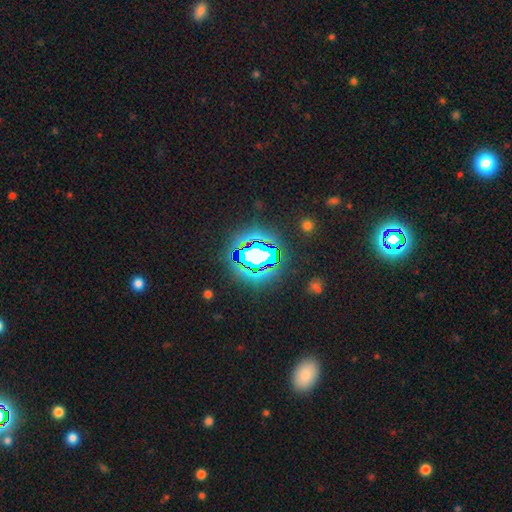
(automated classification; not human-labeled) Morphology: type=star or artifact (69%).